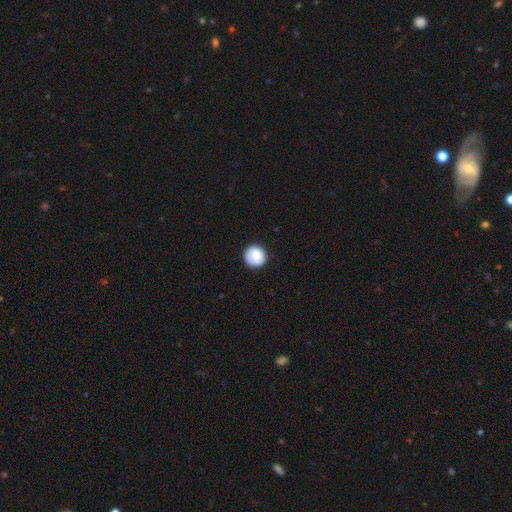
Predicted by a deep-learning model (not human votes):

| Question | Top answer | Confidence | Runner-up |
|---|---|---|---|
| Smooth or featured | smooth | 84% | featured or disk (9%) |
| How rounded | round | 92% | in between (8%) |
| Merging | none | 84% | minor disturbance (12%) |